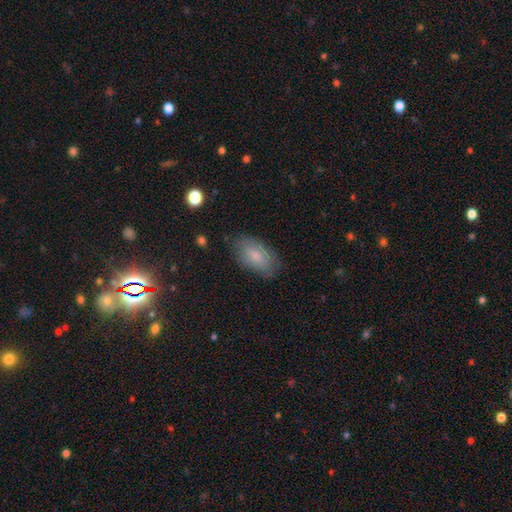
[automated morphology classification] type=smooth (77%); roundness=in between (92%); merging=none (77%).